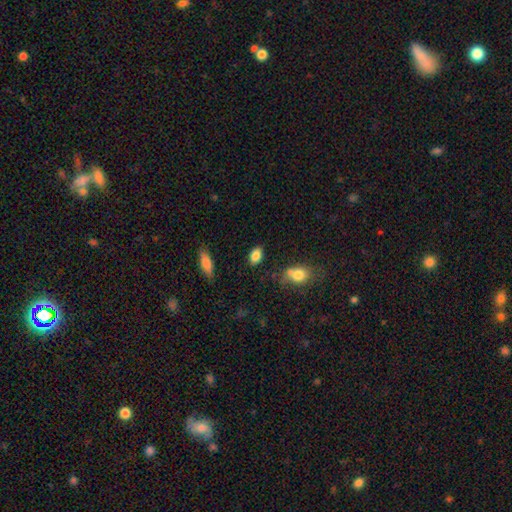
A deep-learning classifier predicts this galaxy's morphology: Smooth or featured? smooth (85%)
How rounded? in between (87%)
Merging? none (79%)